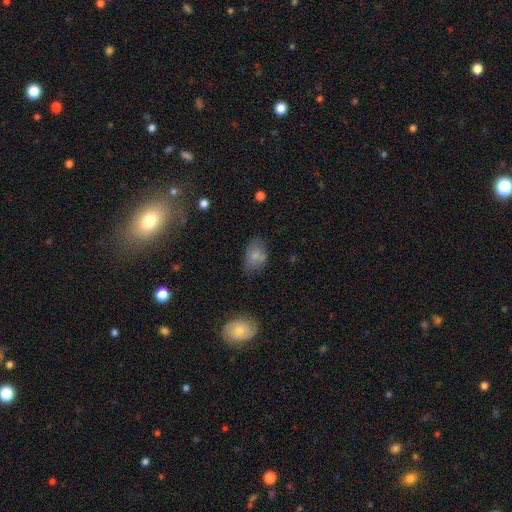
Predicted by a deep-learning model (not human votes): Smooth or featured: smooth — 73% (featured or disk — 18%)
How rounded: in between — 85% (round — 14%)
Merging: none — 55% (minor disturbance — 29%)